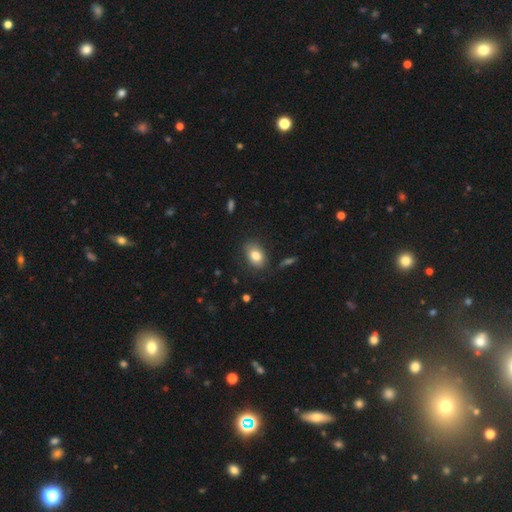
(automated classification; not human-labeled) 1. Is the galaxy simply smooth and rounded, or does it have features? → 81% smooth, 11% featured or disk, 8% star or artifact.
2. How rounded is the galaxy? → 82% in between, 17% round, 1% cigar-shaped.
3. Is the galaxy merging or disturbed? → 81% none, 14% minor disturbance, 4% major disturbance, 2% merger.